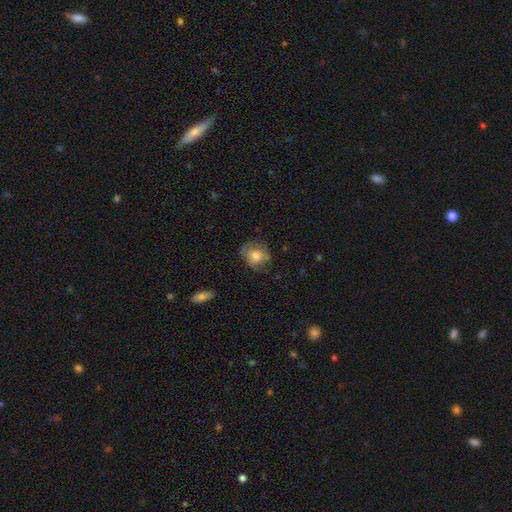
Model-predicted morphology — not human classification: smooth-or-featured: smooth: 70% | featured or disk: 22% | star or artifact: 9%
  how-rounded: round: 60% | in between: 38% | cigar-shaped: 1%
  merging: none: 58% | minor disturbance: 27% | major disturbance: 13% | merger: 2%